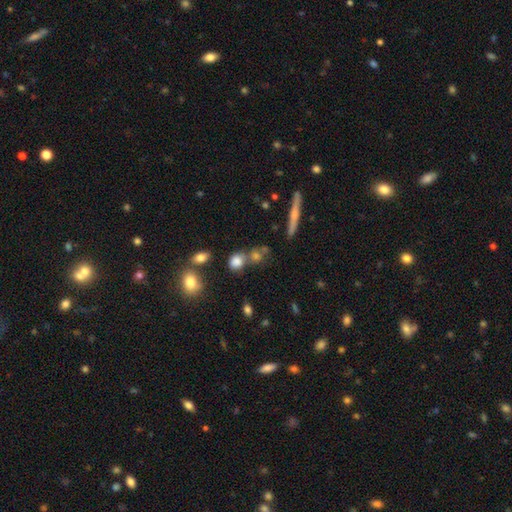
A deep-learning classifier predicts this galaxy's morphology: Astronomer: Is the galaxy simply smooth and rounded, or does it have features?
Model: smooth — 68%.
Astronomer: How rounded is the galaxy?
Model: round — 75%.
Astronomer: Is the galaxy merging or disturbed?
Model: none — 59%.